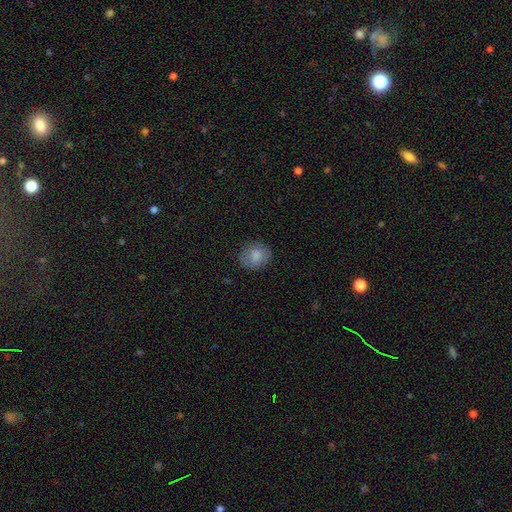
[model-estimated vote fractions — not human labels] smooth-or-featured: smooth: 81% | featured or disk: 11% | star or artifact: 8%
  how-rounded: round: 69% | in between: 30% | cigar-shaped: 1%
  merging: none: 79% | minor disturbance: 16% | major disturbance: 5% | merger: 1%